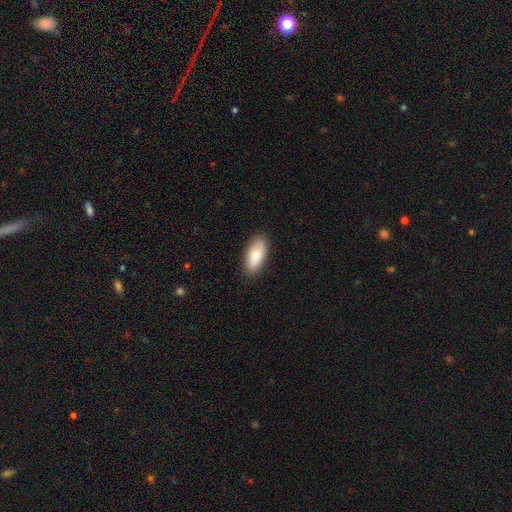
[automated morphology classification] Smooth or featured? smooth (84%)
How rounded? in between (86%)
Merging? none (86%)